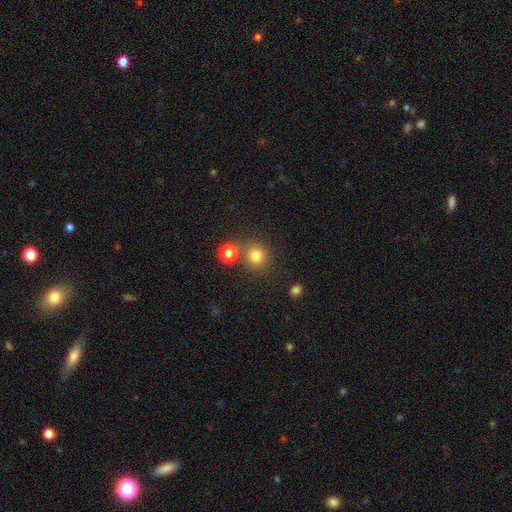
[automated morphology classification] A smooth galaxy with no disk features (79%) that is round (88%).

Vote fractions:
- Smooth or featured? smooth: 79% / star or artifact: 14% / featured or disk: 7%
- How rounded? round: 88% / in between: 11% / cigar-shaped: 1%
- Merging? none: 68% / merger: 18% / minor disturbance: 10% / major disturbance: 4%